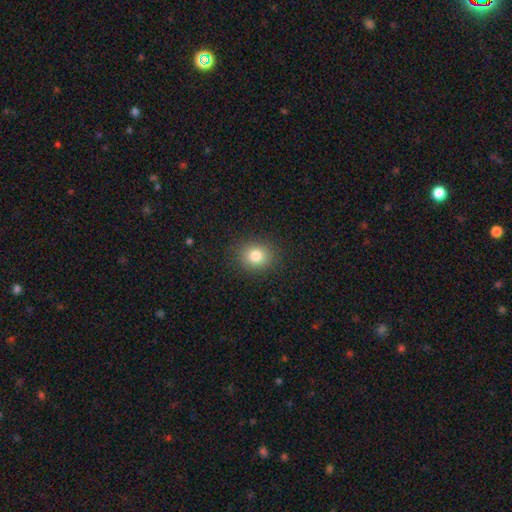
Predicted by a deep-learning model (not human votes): Smooth or featured? Predicted: smooth (p=0.80). How rounded? Predicted: round (p=0.70). Merging? Predicted: none (p=0.89).